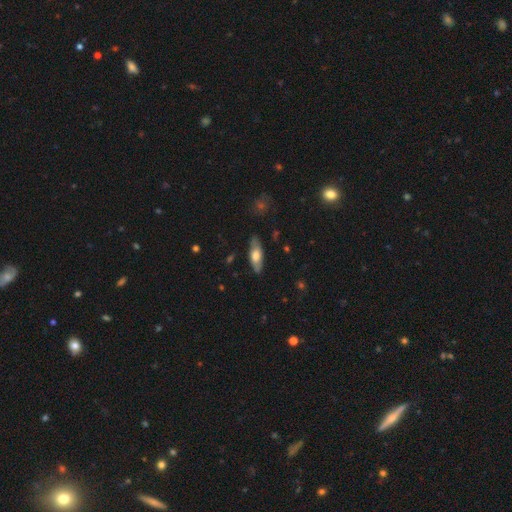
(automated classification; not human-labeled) Q: Smooth or featured?
A: smooth (57%); runner-up: featured or disk (37%)
Q: How rounded?
A: in between (65%); runner-up: cigar-shaped (32%)
Q: Merging?
A: none (83%); runner-up: minor disturbance (13%)